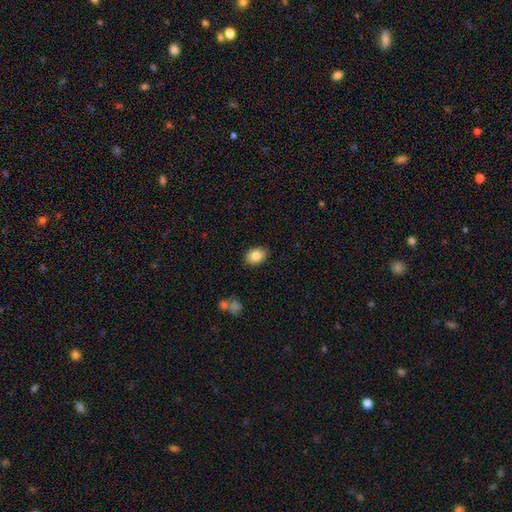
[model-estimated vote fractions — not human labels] smooth-or-featured: smooth: 82% | featured or disk: 10% | star or artifact: 8%
  how-rounded: in between: 73% | round: 26% | cigar-shaped: 1%
  merging: none: 88% | minor disturbance: 9% | major disturbance: 2% | merger: 1%